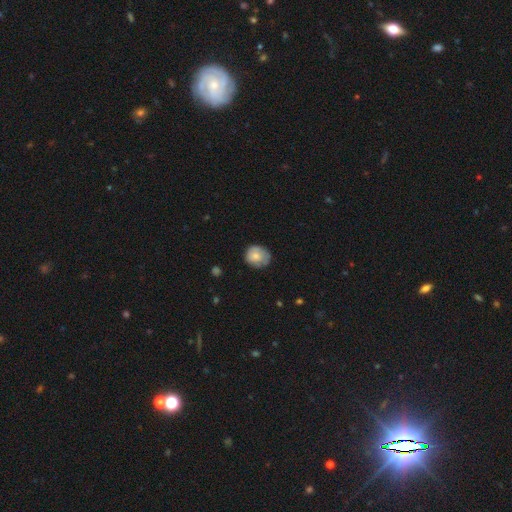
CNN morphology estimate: A smooth galaxy with no disk features (72%) that is round (75%).

Vote fractions:
- Smooth or featured? smooth: 72% / featured or disk: 21% / star or artifact: 7%
- How rounded? round: 75% / in between: 24% / cigar-shaped: 1%
- Merging? none: 69% / minor disturbance: 25% / major disturbance: 6% / merger: 1%